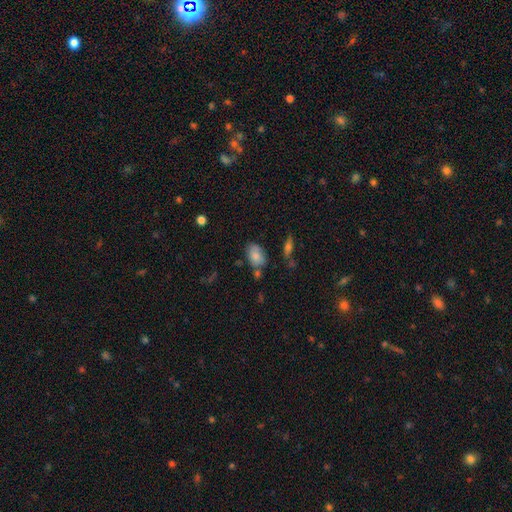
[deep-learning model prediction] smooth 79%, featured or disk 12%, star or artifact 8%. Down the decision tree: how rounded — in between (85%); merging — none (62%).